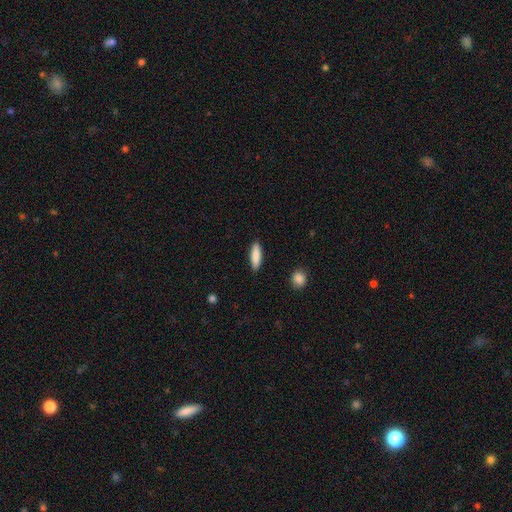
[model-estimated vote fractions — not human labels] smooth_or_featured: smooth (p=0.86) [alt: featured or disk p=0.08]
how_rounded: cigar-shaped (p=0.64) [alt: in between p=0.34]
merging: none (p=0.90) [alt: minor disturbance p=0.07]